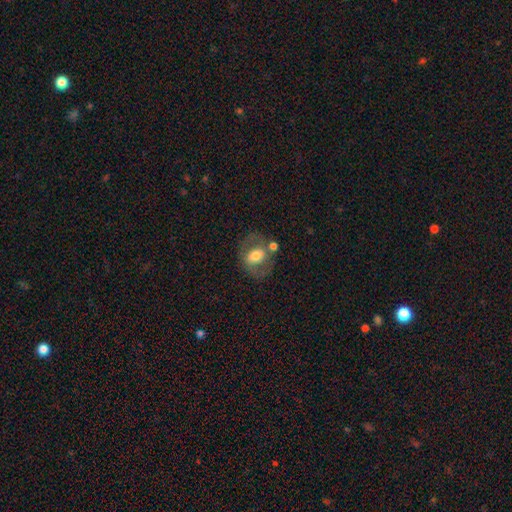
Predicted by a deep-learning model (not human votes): This is possibly a smooth galaxy (46%). Merging: possibly none (57%).